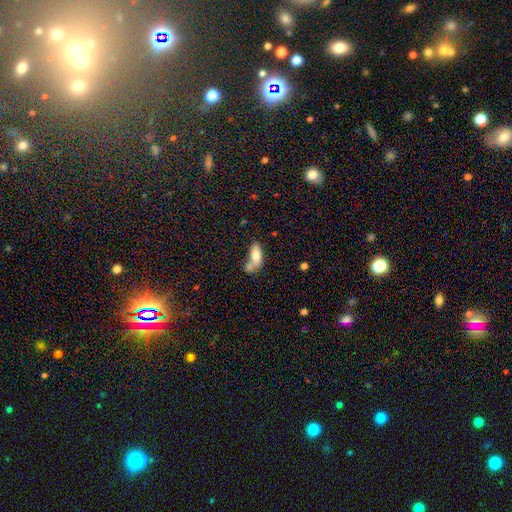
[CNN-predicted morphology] smooth 76%, featured or disk 16%, star or artifact 8%. Down the decision tree: how rounded — in between (82%); merging — merger (41%).